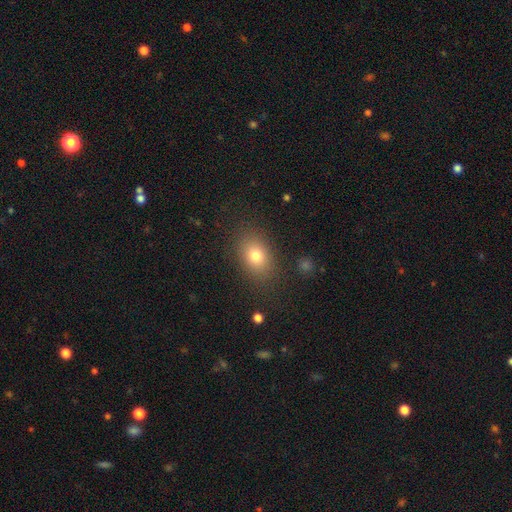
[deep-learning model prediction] smooth_or_featured: smooth (p=0.78) [alt: star or artifact p=0.12]
how_rounded: in between (p=0.73) [alt: round p=0.25]
merging: none (p=0.84) [alt: minor disturbance p=0.10]